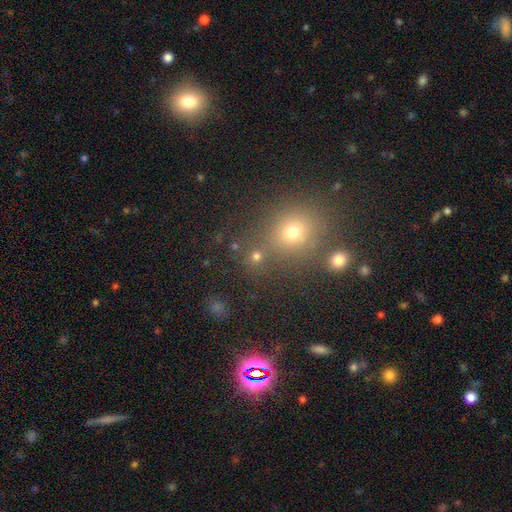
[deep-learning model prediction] Smooth or featured: smooth — 51% (star or artifact — 40%)
How rounded: round — 84% (in between — 14%)
Merging: none — 79% (merger — 9%)